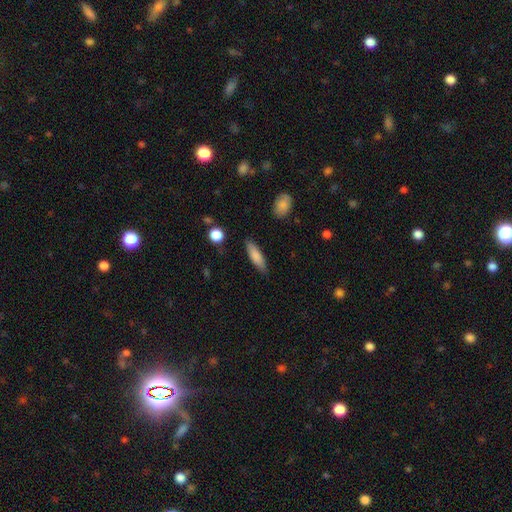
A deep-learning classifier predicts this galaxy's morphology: This appears to be a smooth galaxy with no disk features (81%) that is cigar-shaped (57%). Merging: none (84%).